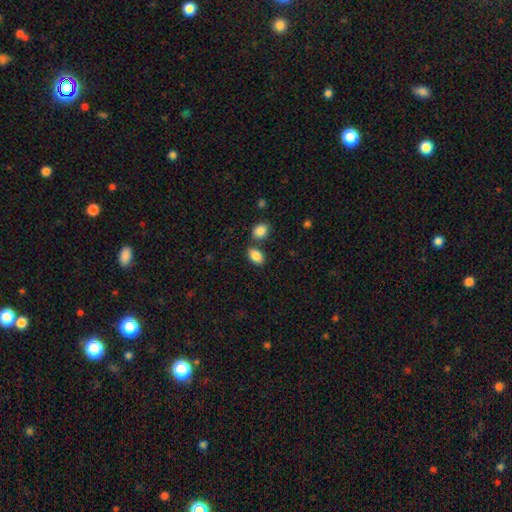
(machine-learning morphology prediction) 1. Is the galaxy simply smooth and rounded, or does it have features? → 87% smooth, 8% star or artifact, 5% featured or disk.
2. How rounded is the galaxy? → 87% in between, 11% round, 2% cigar-shaped.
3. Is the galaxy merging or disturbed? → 67% none, 19% merger, 12% minor disturbance, 3% major disturbance.